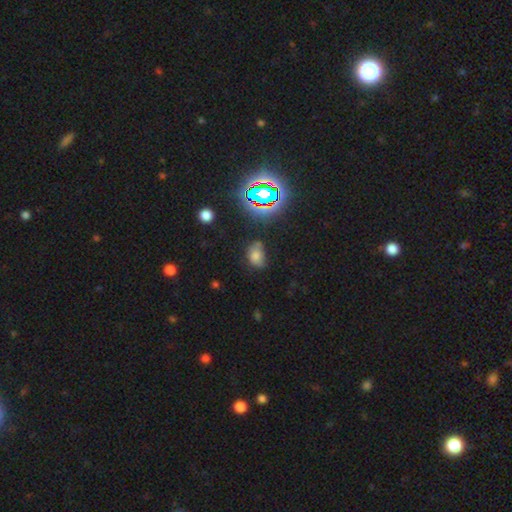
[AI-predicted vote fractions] Smooth or featured?
  - smooth: 62% *
  - star or artifact: 26%
  - featured or disk: 12%
How rounded?
  - in between: 71% *
  - round: 27%
  - cigar-shaped: 2%
Merging?
  - none: 52% *
  - minor disturbance: 30%
  - major disturbance: 13%
  - merger: 6%